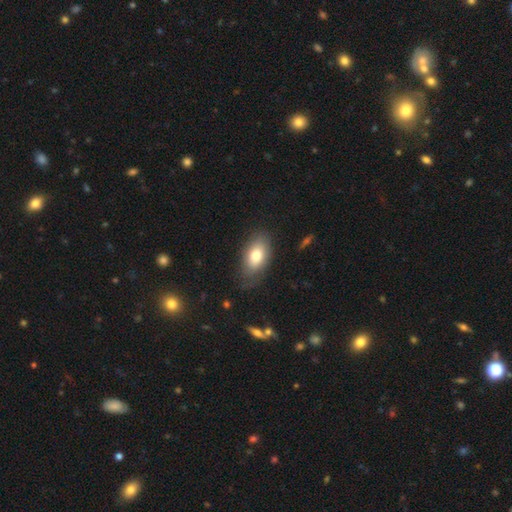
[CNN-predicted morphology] smooth_or_featured: smooth (p=0.76) [alt: featured or disk p=0.17]
how_rounded: in between (p=0.91) [alt: round p=0.07]
merging: none (p=0.72) [alt: minor disturbance p=0.20]